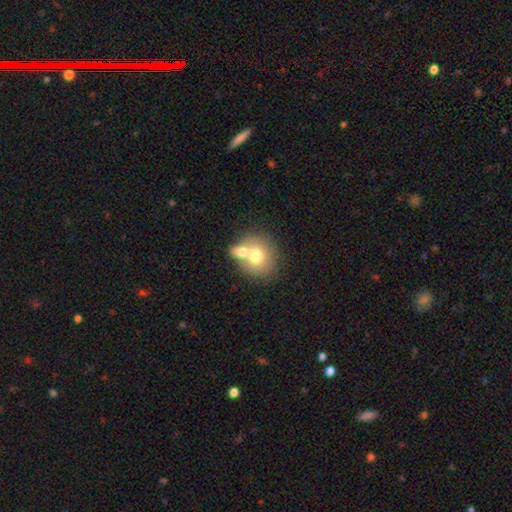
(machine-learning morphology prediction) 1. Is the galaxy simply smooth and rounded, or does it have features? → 68% smooth, 24% featured or disk, 9% star or artifact.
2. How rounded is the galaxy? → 71% round, 28% in between, 1% cigar-shaped.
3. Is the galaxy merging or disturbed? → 63% merger, 27% none, 7% minor disturbance, 3% major disturbance.